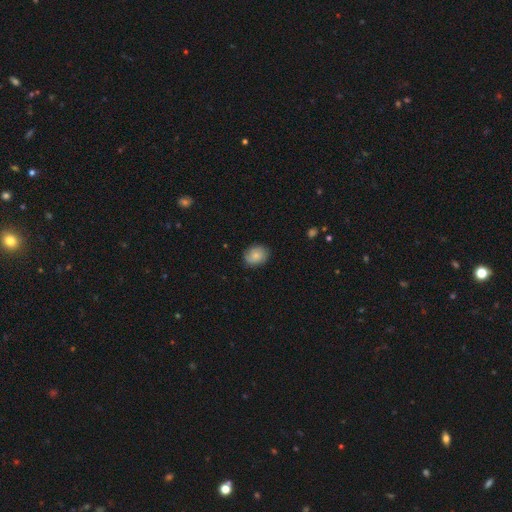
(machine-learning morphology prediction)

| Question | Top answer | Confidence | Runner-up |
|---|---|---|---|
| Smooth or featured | smooth | 76% | featured or disk (16%) |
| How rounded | round | 53% | in between (46%) |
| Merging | none | 82% | minor disturbance (14%) |